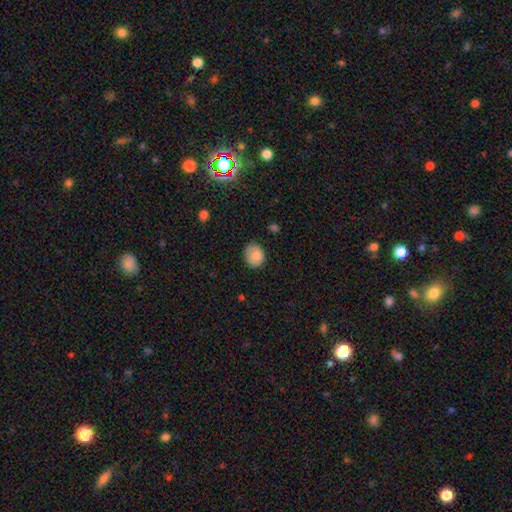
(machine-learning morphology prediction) Smooth or featured?
  - smooth: 82% *
  - featured or disk: 10%
  - star or artifact: 8%
How rounded?
  - round: 60% *
  - in between: 39%
  - cigar-shaped: 1%
Merging?
  - none: 71% *
  - minor disturbance: 23%
  - major disturbance: 5%
  - merger: 1%